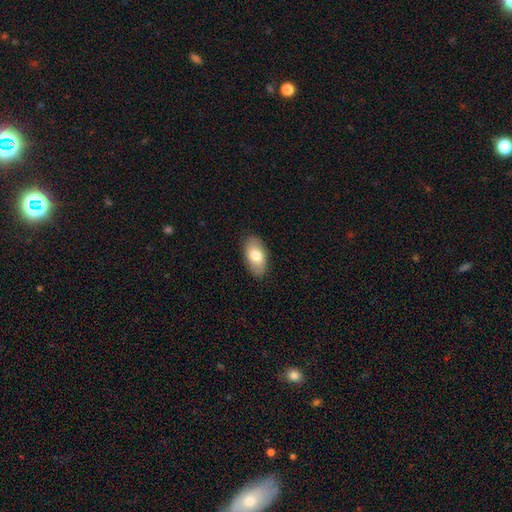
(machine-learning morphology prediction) Smooth or featured? smooth (77%)
How rounded? in between (94%)
Merging? none (87%)